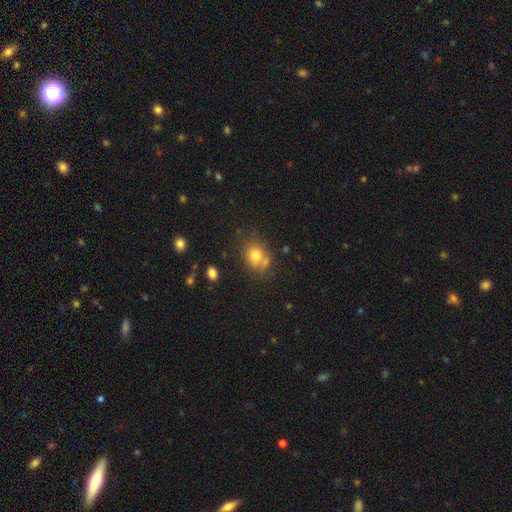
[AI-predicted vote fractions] Q: Smooth or featured?
A: smooth (77%); runner-up: featured or disk (12%)
Q: How rounded?
A: round (53%); runner-up: in between (46%)
Q: Merging?
A: none (56%); runner-up: minor disturbance (20%)